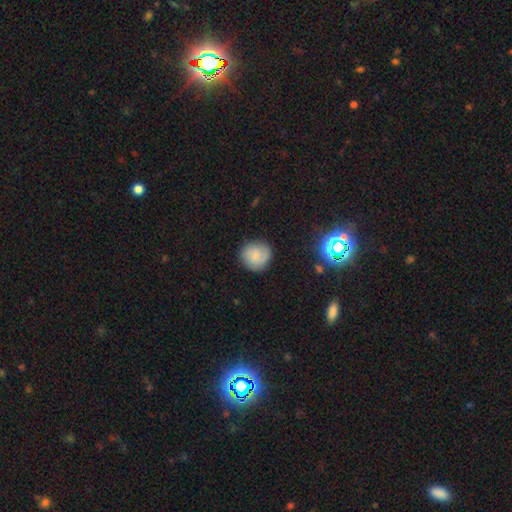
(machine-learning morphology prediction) smooth 67%, featured or disk 24%, star or artifact 9%. Down the decision tree: how rounded — round (90%); merging — none (82%).